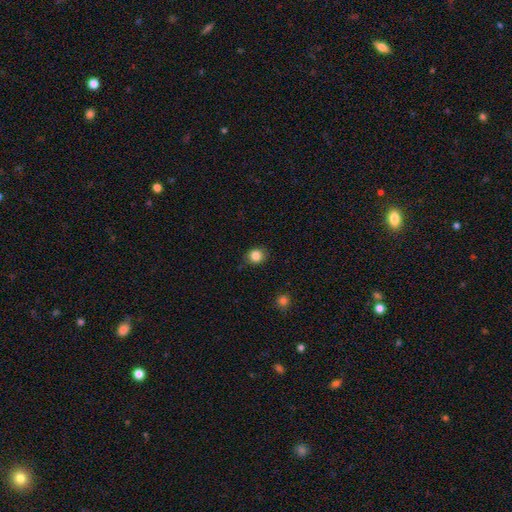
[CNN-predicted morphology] Smooth or featured? Predicted: smooth (p=0.84). How rounded? Predicted: round (p=0.77). Merging? Predicted: none (p=0.86).